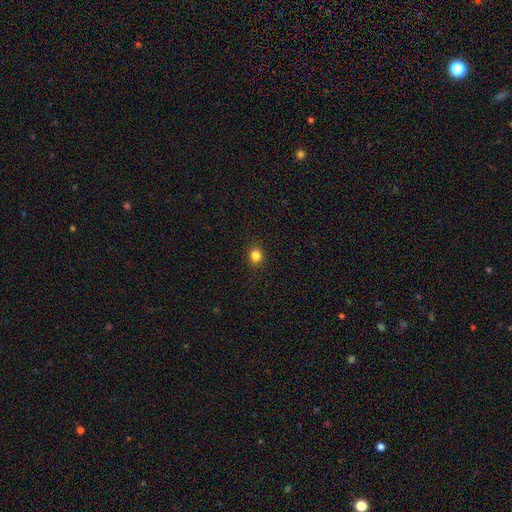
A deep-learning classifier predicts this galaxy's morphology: type=smooth (83%); roundness=round (79%); merging=none (92%).